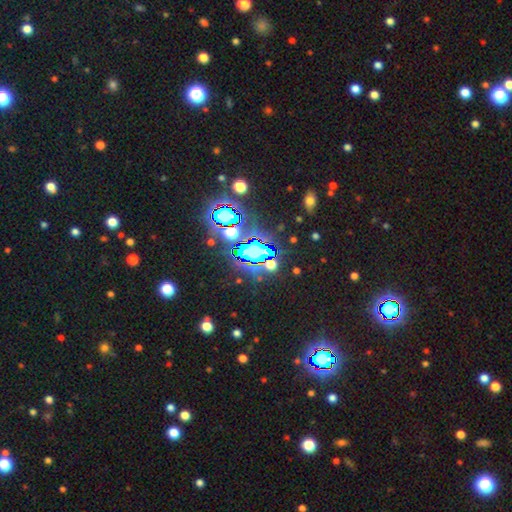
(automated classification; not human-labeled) A star or artifact, not a galaxy (83%).

Vote fractions:
- Smooth or featured? star or artifact: 83% / smooth: 10% / featured or disk: 7%